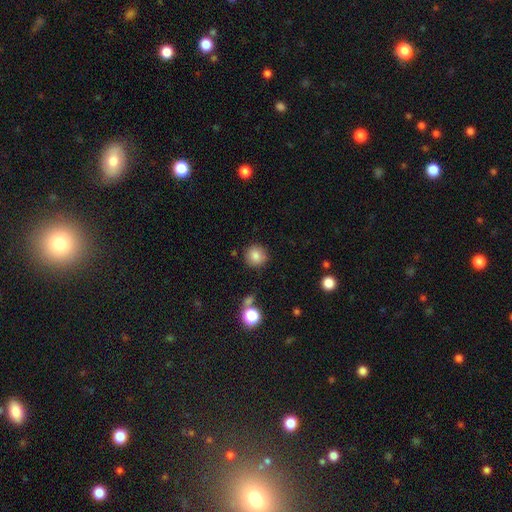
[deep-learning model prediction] A smooth galaxy with no disk features (84%) that is round (91%). Merging: none (86%).